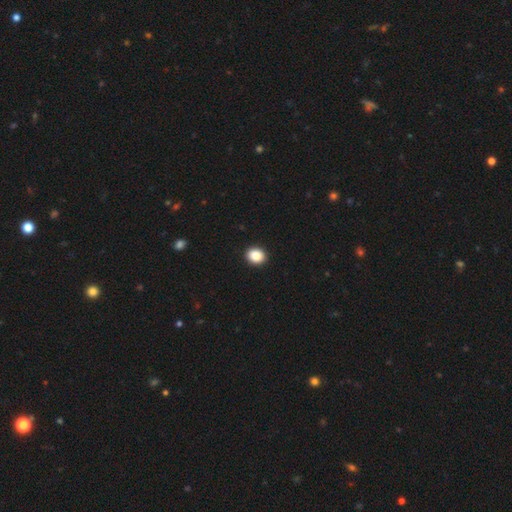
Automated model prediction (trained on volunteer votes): smooth 89%, star or artifact 8%, featured or disk 3%. Down the decision tree: how rounded — round (60%); merging — none (92%).